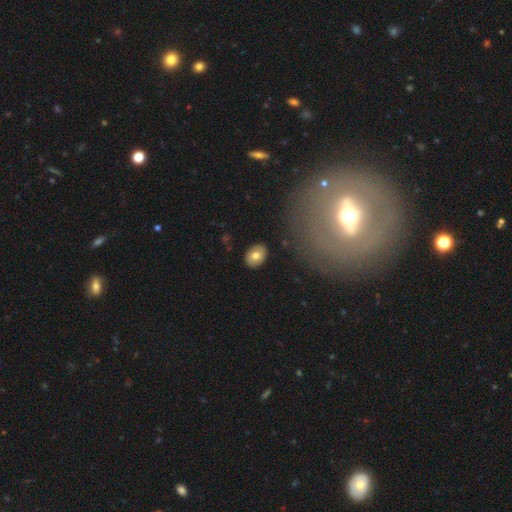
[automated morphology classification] Smooth or featured? smooth (74%)
How rounded? in between (71%)
Merging? none (88%)